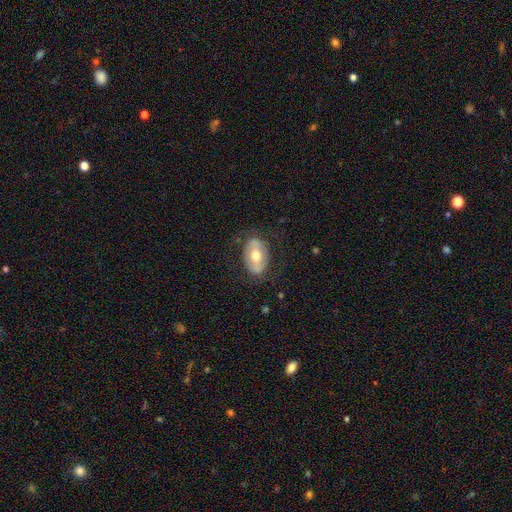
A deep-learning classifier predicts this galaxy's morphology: Smooth or featured?
  - featured or disk: 47% * (tied)
  - smooth: 47% * (tied)
  - star or artifact: 6%
Merging?
  - none: 74% *
  - minor disturbance: 17%
  - major disturbance: 8%
  - merger: 1%